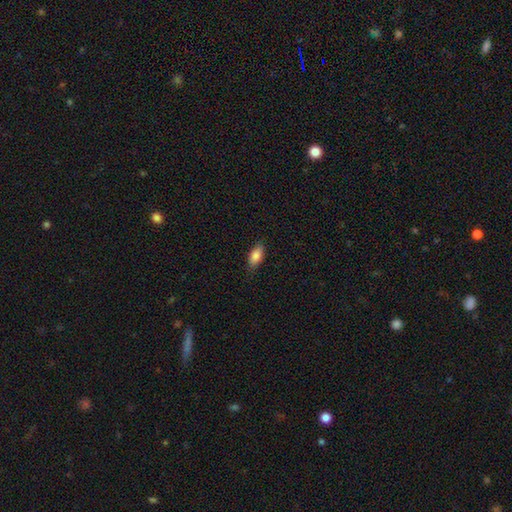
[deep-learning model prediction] This appears to be a smooth galaxy with no disk features (85%) that is in between round and cigar-shaped (88%). Merging: none (83%).